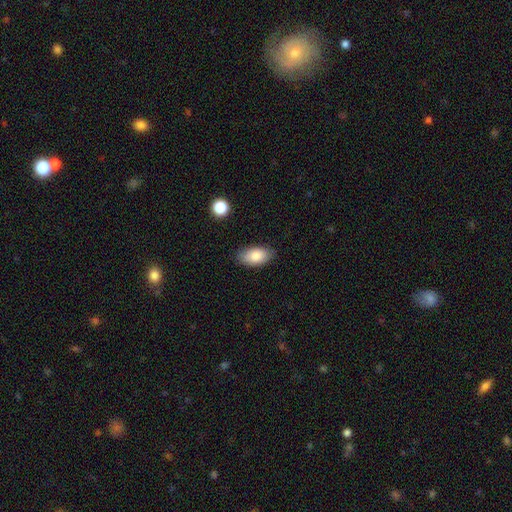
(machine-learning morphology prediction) The model was most divided on "merging": none: 84%, minor disturbance: 12%, major disturbance: 2%, merger: 1%. More confident: how rounded — in between (93%); smooth or featured — smooth (83%).